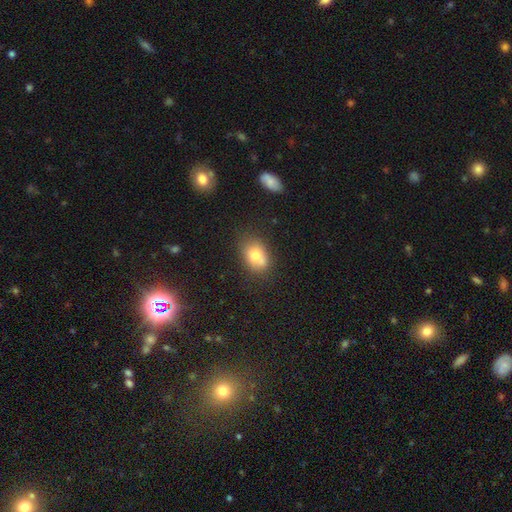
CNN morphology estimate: Q: Smooth or featured?
A: smooth (76%); runner-up: featured or disk (15%)
Q: How rounded?
A: in between (75%); runner-up: round (24%)
Q: Merging?
A: none (62%); runner-up: minor disturbance (23%)